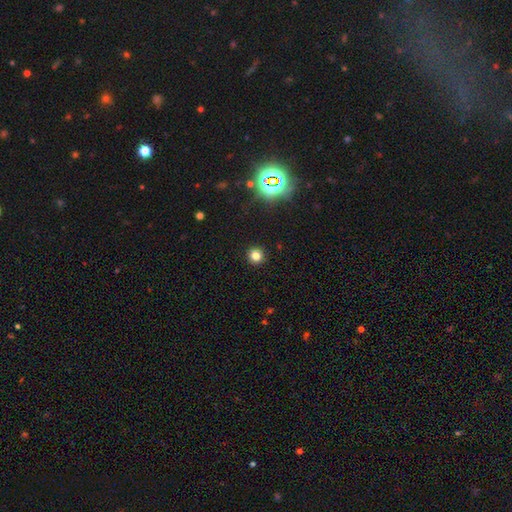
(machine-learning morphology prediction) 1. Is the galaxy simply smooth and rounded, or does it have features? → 78% smooth, 16% star or artifact, 6% featured or disk.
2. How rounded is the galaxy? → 94% round, 5% in between, 1% cigar-shaped.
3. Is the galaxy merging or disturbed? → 93% none, 4% minor disturbance, 2% major disturbance, 1% merger.